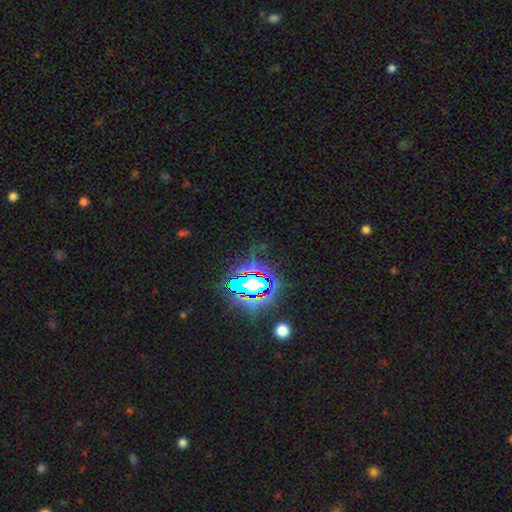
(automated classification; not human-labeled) Smooth or featured? Predicted: star or artifact (p=0.80).